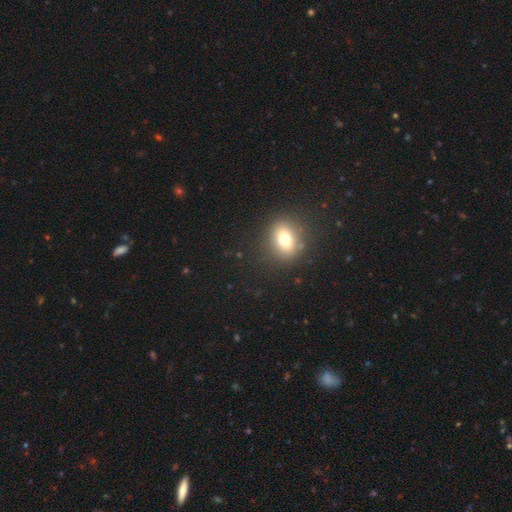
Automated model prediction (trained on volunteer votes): Smooth or featured? Predicted: smooth (p=0.62). How rounded? Predicted: round (p=0.67). Merging? Predicted: none (p=0.89).